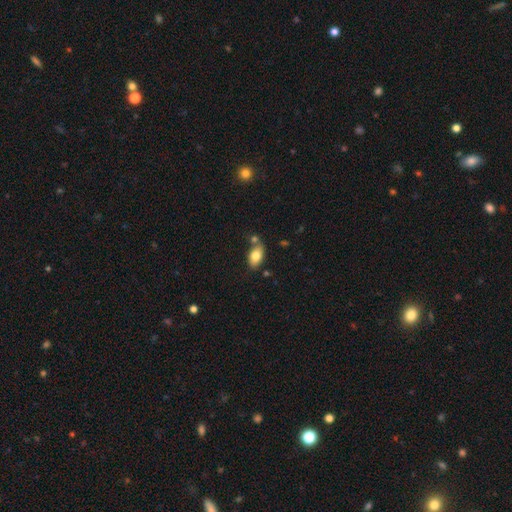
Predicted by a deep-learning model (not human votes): smooth 78%, featured or disk 14%, star or artifact 8%. Down the decision tree: how rounded — in between (90%); merging — none (66%).